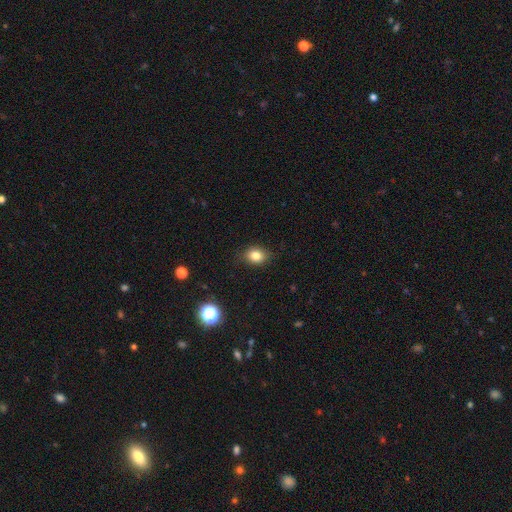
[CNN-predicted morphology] type=smooth (82%); roundness=in between (54%); merging=none (82%).